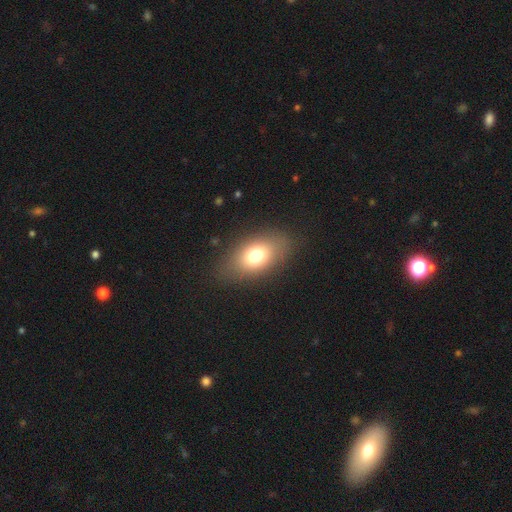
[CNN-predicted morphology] Overall: smooth (73%). How rounded: in between (83%). Merging: none (82%).